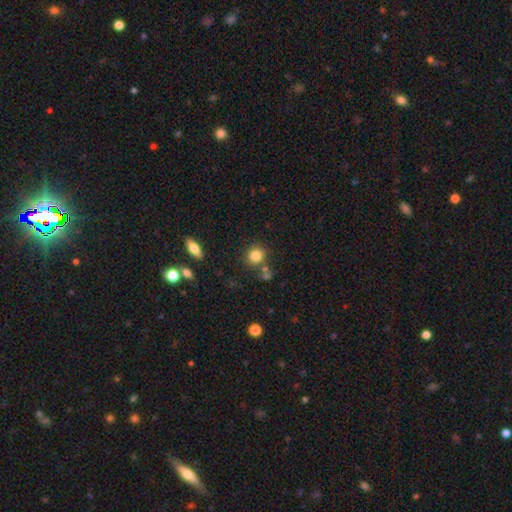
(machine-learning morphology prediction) Overall: smooth (82%). How rounded: round (89%). Merging: none (77%).